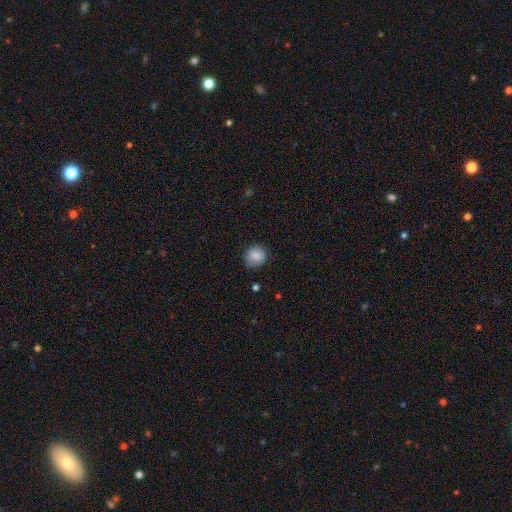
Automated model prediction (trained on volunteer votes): Overall: smooth (87%). How rounded: round (85%). Merging: none (80%).